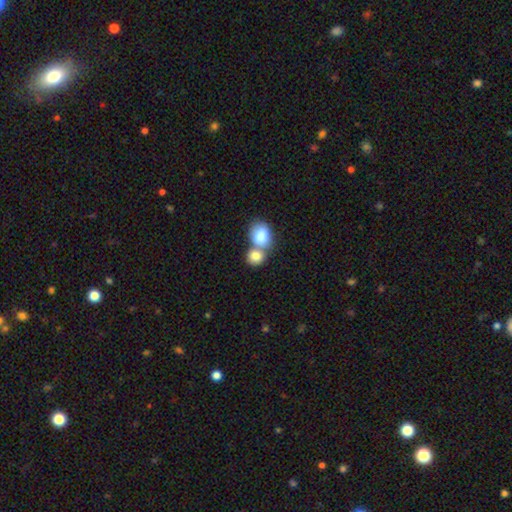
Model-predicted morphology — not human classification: The model was most divided on "how rounded": round: 59%, in between: 39%, cigar-shaped: 1%. More confident: smooth or featured — smooth (83%); merging — merger (63%).